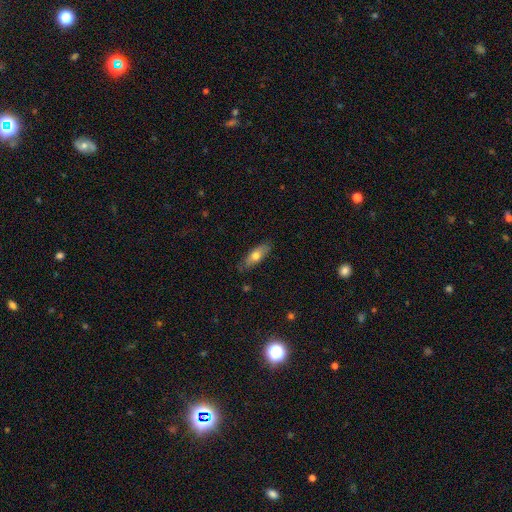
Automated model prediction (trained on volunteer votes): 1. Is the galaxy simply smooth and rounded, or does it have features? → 66% smooth, 27% featured or disk, 7% star or artifact.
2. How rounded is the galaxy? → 64% in between, 33% cigar-shaped, 3% round.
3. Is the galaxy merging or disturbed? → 81% none, 15% minor disturbance, 3% major disturbance, 1% merger.